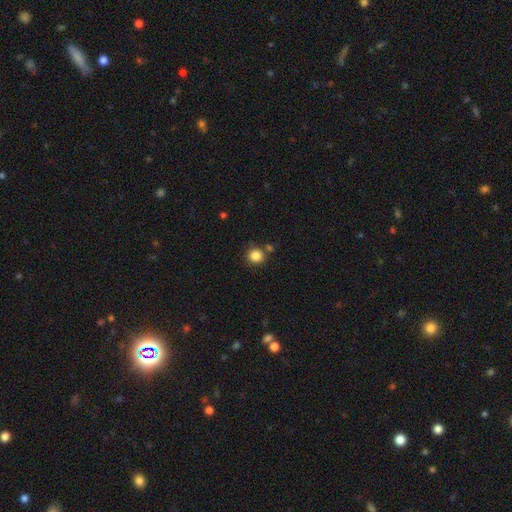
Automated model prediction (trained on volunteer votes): The model was most divided on "merging": none: 79%, minor disturbance: 9%, merger: 9%, major disturbance: 3%. More confident: how rounded — round (92%); smooth or featured — smooth (84%).